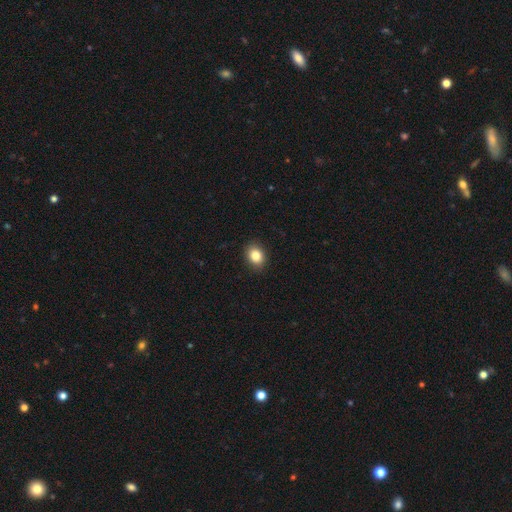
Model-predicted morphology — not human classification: This is clearly a smooth galaxy (85%). How rounded: possibly in between (57%). Merging: clearly none (90%).